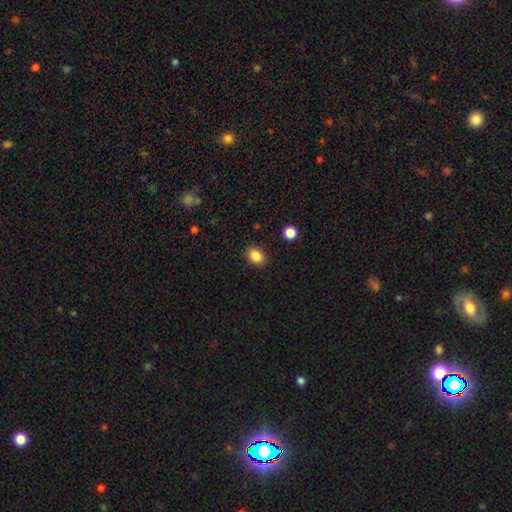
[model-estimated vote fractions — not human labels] smooth_or_featured: smooth (p=0.87) [alt: star or artifact p=0.10]
how_rounded: in between (p=0.71) [alt: round p=0.28]
merging: none (p=0.87) [alt: minor disturbance p=0.09]